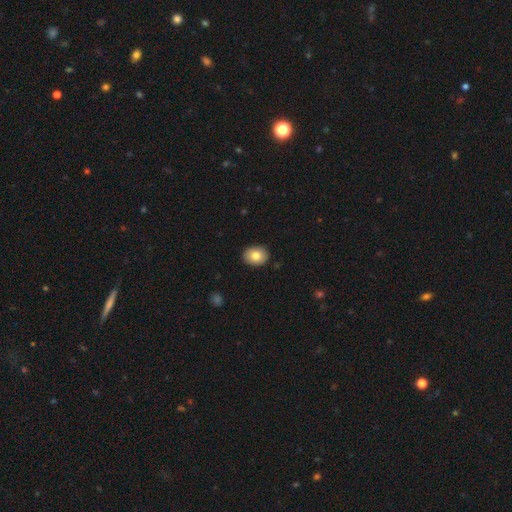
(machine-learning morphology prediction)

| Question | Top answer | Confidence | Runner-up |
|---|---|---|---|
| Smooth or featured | smooth | 81% | featured or disk (11%) |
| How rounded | in between | 55% | round (44%) |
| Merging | none | 90% | minor disturbance (8%) |